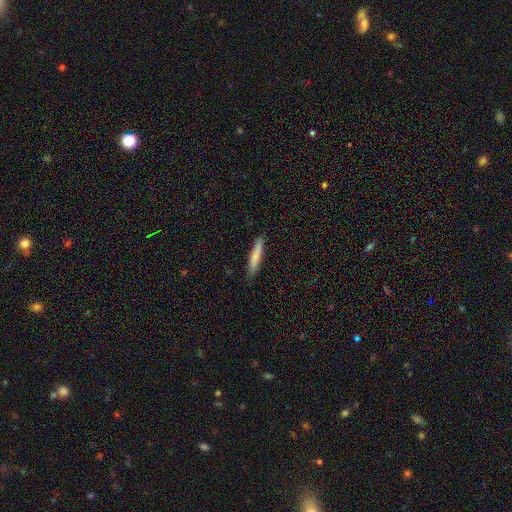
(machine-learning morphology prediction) Smooth or featured?
  - smooth: 80% *
  - featured or disk: 14%
  - star or artifact: 6%
How rounded?
  - cigar-shaped: 91% *
  - in between: 7%
  - round: 1%
Merging?
  - none: 86% *
  - minor disturbance: 11%
  - major disturbance: 2%
  - merger: 1%